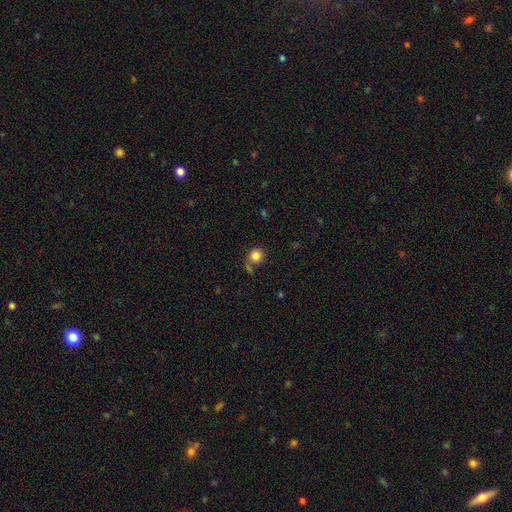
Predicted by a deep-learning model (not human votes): The model was most divided on "merging": none: 68%, merger: 13%, minor disturbance: 13%, major disturbance: 6%. More confident: how rounded — round (89%); smooth or featured — smooth (84%).